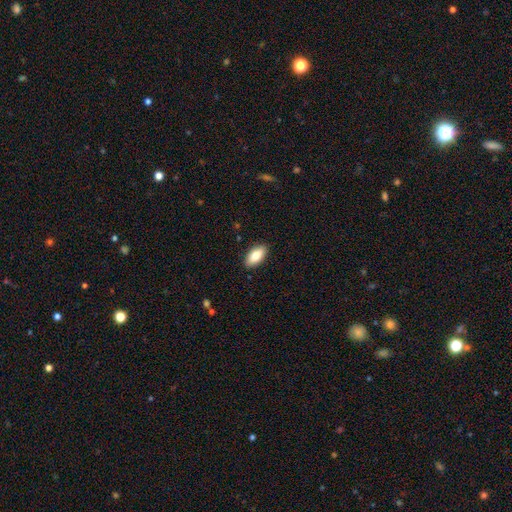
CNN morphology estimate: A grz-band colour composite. It shows a smooth galaxy with no disk features (83%) that is in between round and cigar-shaped (90%). Merging: none (89%).